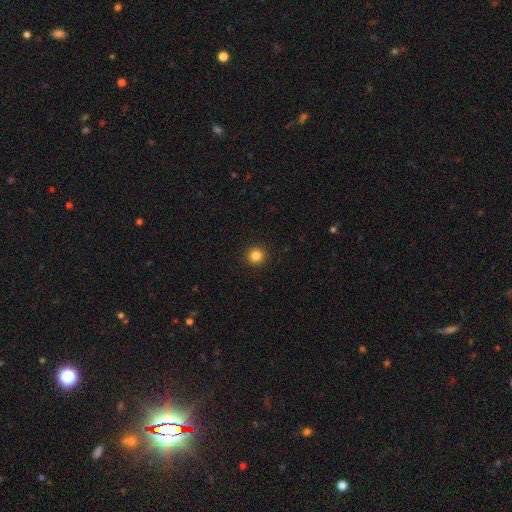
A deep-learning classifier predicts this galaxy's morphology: smooth_or_featured: smooth (p=0.84) [alt: star or artifact p=0.12]
how_rounded: round (p=0.94) [alt: in between p=0.05]
merging: none (p=0.93) [alt: minor disturbance p=0.04]